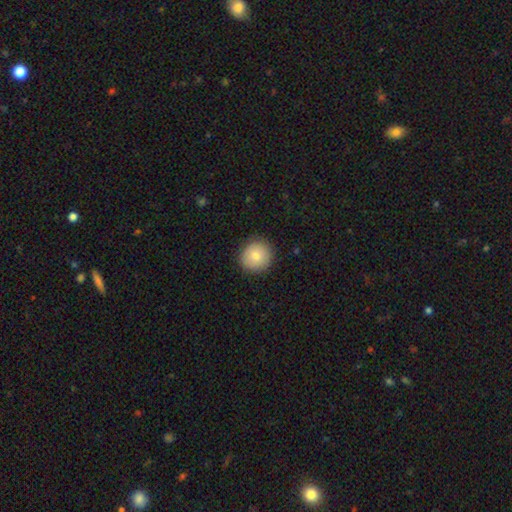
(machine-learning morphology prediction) Smooth or featured: smooth — 80% (featured or disk — 12%)
How rounded: round — 91% (in between — 8%)
Merging: none — 89% (minor disturbance — 8%)